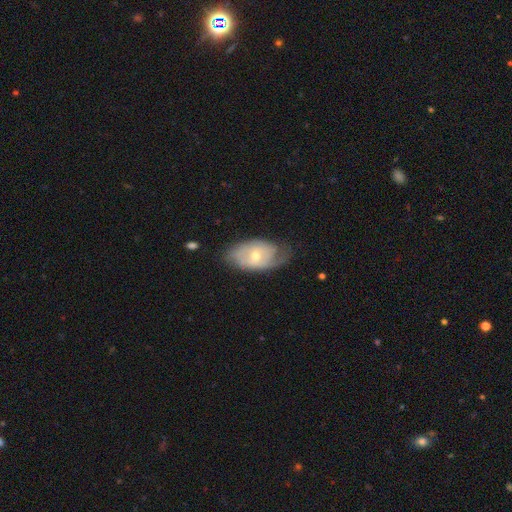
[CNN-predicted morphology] smooth-or-featured: featured or disk: 63% | smooth: 30% | star or artifact: 7%
  disk-edge-on: no: 92% | yes: 8%
    bar: no: 73% | weak: 22% | strong: 5%
    has-spiral-arms: yes: 74% | no: 26%
    bulge-size: small: 50% | moderate: 47% | large: 2% | none: 1% | dominant: 1%
  merging: none: 58% | minor disturbance: 29% | major disturbance: 11% | merger: 1%